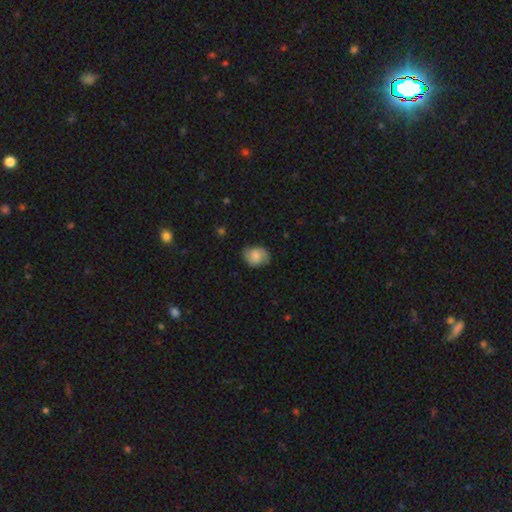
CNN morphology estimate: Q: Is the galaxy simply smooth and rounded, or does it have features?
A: smooth — 56%.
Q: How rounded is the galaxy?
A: in between — 54%.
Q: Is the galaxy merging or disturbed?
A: none — 73%.